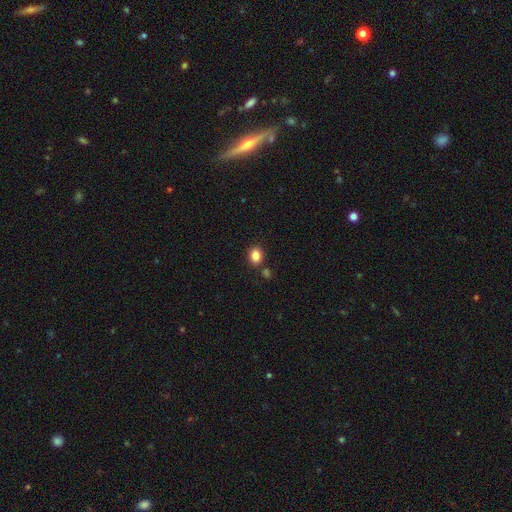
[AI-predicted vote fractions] This appears to be a smooth galaxy with no disk features (85%) that is in between round and cigar-shaped (50%). Merging: none (80%).